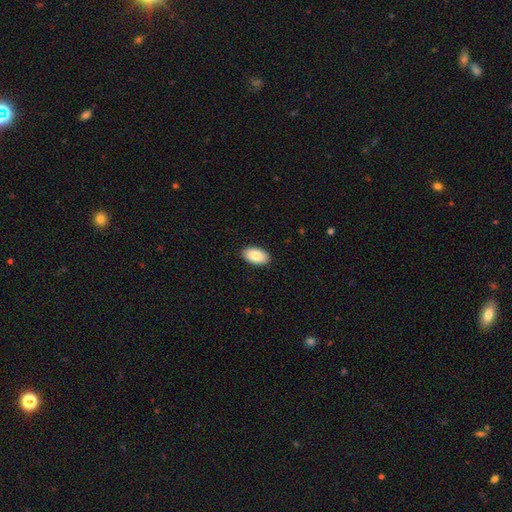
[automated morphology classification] smooth 85%, featured or disk 9%, star or artifact 7%. Down the decision tree: how rounded — in between (95%); merging — none (90%).